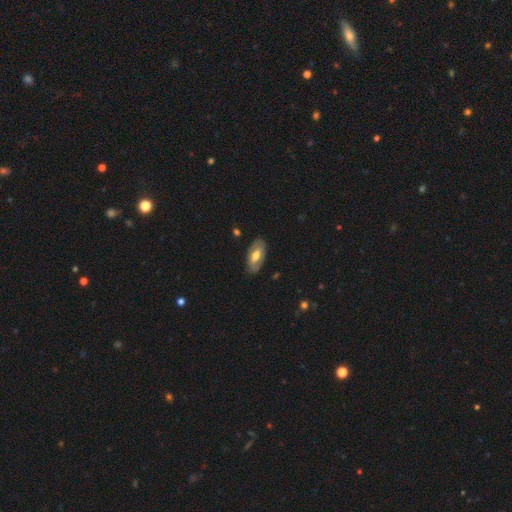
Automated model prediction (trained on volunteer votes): A smooth galaxy with no disk features (51%) that is in between round and cigar-shaped (92%).

Vote fractions:
- Smooth or featured? smooth: 51% / featured or disk: 43% / star or artifact: 6%
- How rounded? in between: 92% / cigar-shaped: 5% / round: 3%
- Merging? none: 82% / minor disturbance: 14% / major disturbance: 3% / merger: 1%